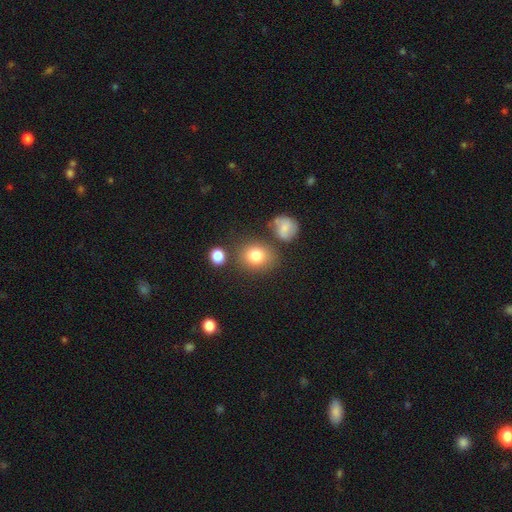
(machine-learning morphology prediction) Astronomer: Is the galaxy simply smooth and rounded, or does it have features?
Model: smooth — 81%.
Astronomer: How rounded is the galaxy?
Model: round — 67%.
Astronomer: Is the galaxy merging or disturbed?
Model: none — 73%.